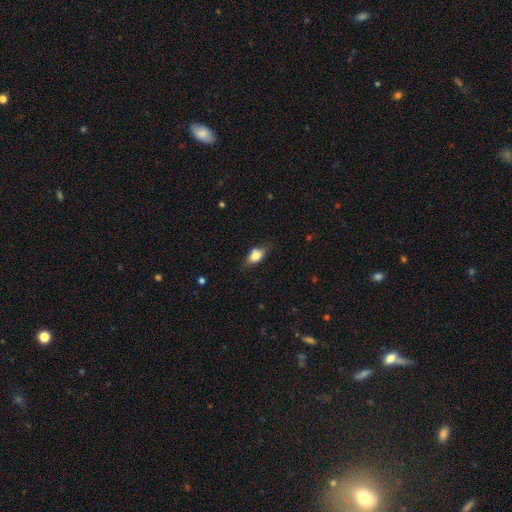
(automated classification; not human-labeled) Smooth or featured: smooth — 74% (featured or disk — 17%)
How rounded: in between — 81% (round — 12%)
Merging: none — 66% (minor disturbance — 23%)